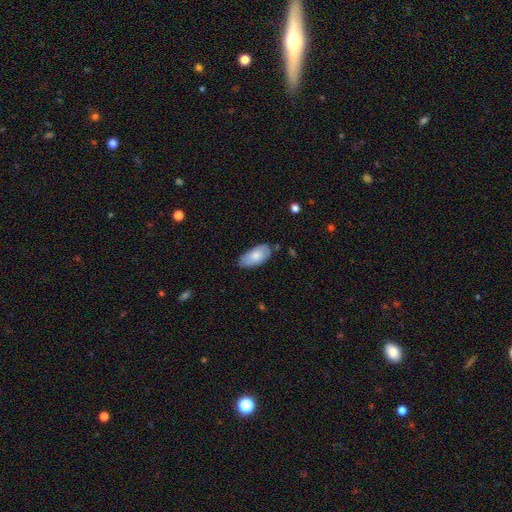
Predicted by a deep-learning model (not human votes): Overall: smooth (76%). How rounded: in between (94%). Merging: none (74%).